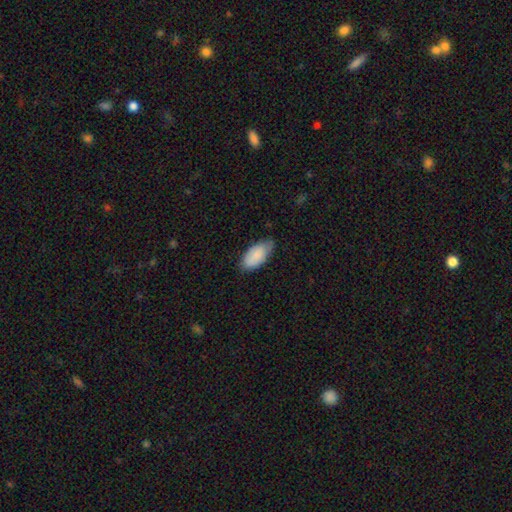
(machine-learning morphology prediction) Smooth or featured?
  - smooth: 87% *
  - featured or disk: 7%
  - star or artifact: 6%
How rounded?
  - in between: 94% *
  - cigar-shaped: 4%
  - round: 2%
Merging?
  - none: 64% *
  - minor disturbance: 31%
  - major disturbance: 4%
  - merger: 1%